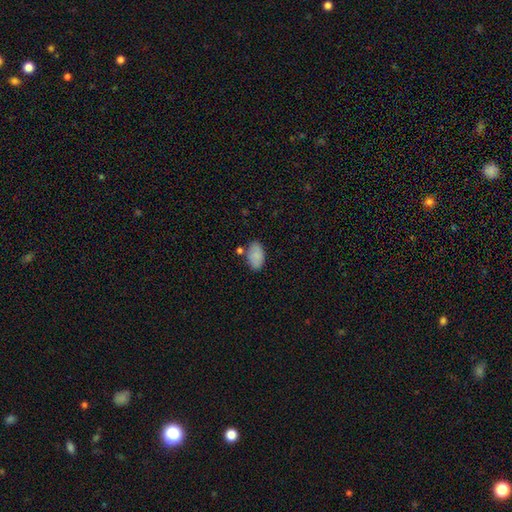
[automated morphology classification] Q: Smooth or featured?
A: smooth (87%); runner-up: star or artifact (7%)
Q: How rounded?
A: in between (94%); runner-up: round (5%)
Q: Merging?
A: none (72%); runner-up: minor disturbance (15%)